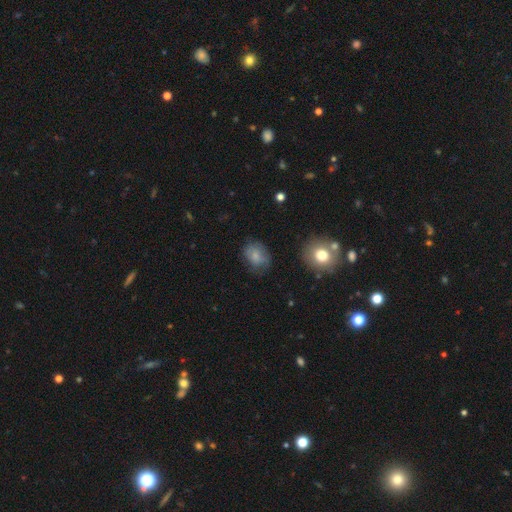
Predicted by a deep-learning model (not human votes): smooth 73%, featured or disk 17%, star or artifact 10%. Down the decision tree: how rounded — in between (59%); merging — none (59%).